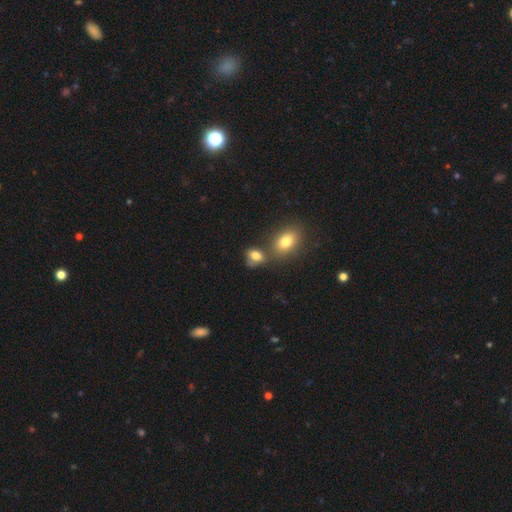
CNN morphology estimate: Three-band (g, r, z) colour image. It shows a smooth galaxy with no disk features (78%) that is in between round and cigar-shaped (70%). Merging: none (48%).